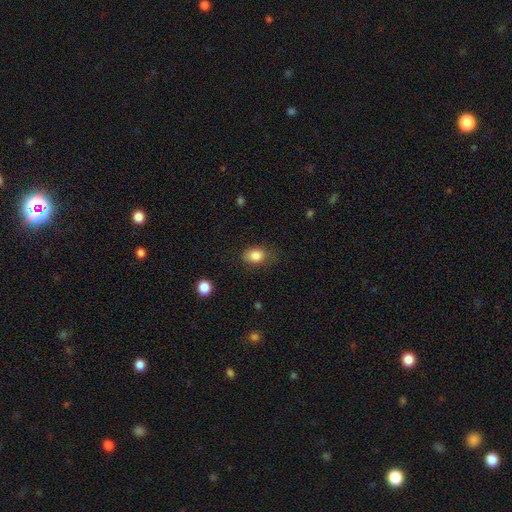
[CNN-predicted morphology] Smooth or featured? smooth (84%)
How rounded? in between (66%)
Merging? none (71%)